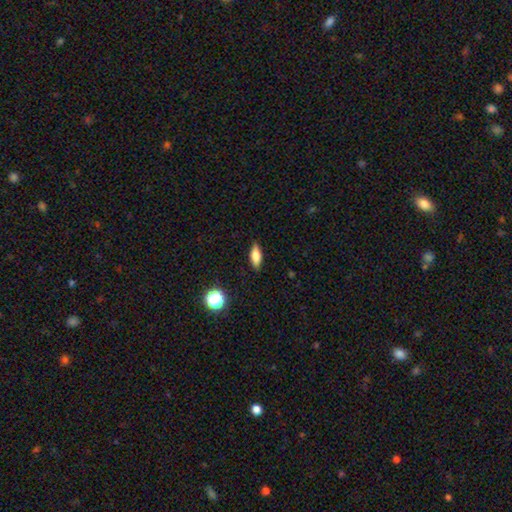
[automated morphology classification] Overall: smooth (74%). How rounded: in between (71%). Merging: none (87%).